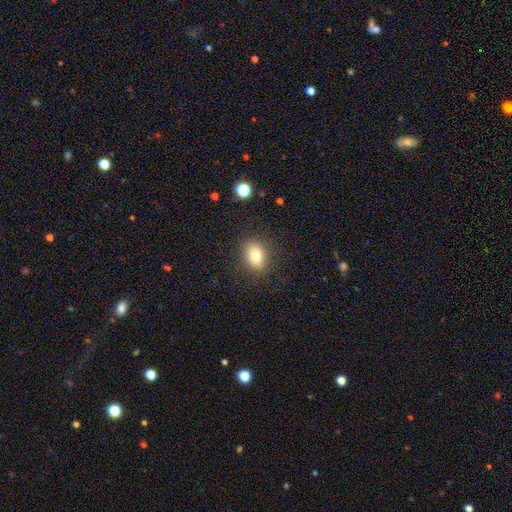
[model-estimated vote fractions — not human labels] smooth-or-featured: smooth: 80% | star or artifact: 11% | featured or disk: 10%
  how-rounded: in between: 67% | round: 32% | cigar-shaped: 2%
  merging: none: 85% | minor disturbance: 10% | major disturbance: 3% | merger: 1%